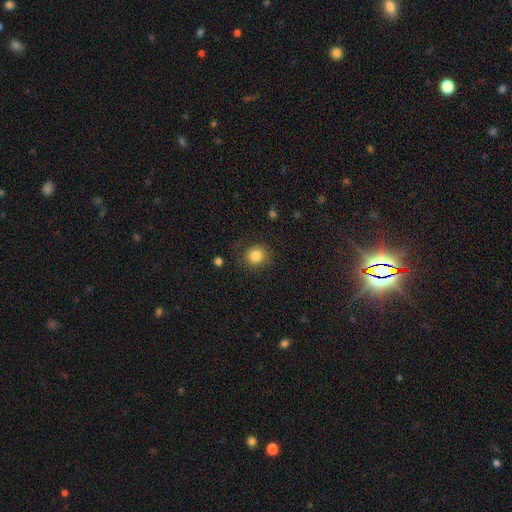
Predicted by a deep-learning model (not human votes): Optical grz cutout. It shows a smooth galaxy with no disk features (83%) that is round (85%). Merging: none (82%).